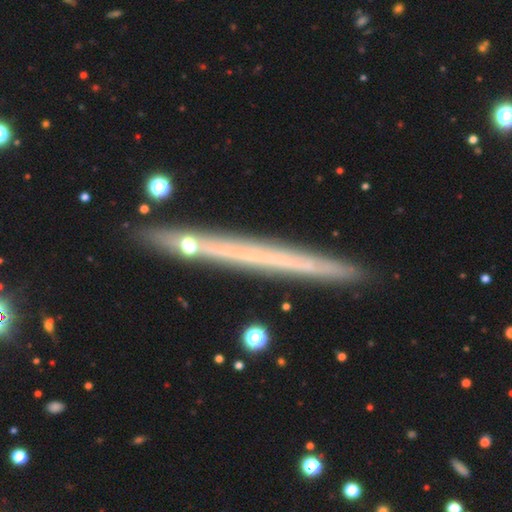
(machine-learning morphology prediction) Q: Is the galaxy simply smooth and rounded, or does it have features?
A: featured or disk — 55%.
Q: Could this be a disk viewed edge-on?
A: yes — 96%.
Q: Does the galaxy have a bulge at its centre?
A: none — 94%.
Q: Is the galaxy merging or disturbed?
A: none — 88%.